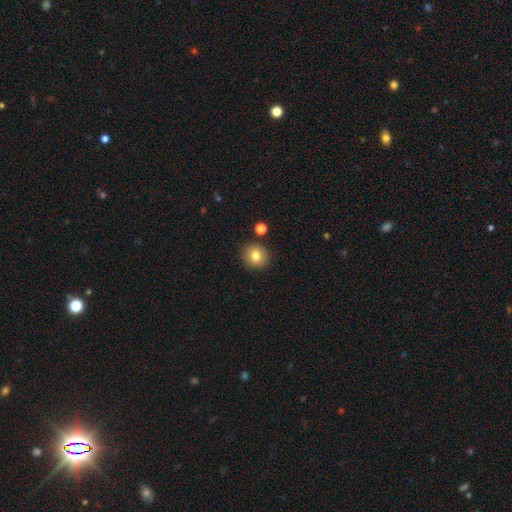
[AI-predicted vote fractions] Q: Smooth or featured?
A: smooth (81%); runner-up: star or artifact (10%)
Q: How rounded?
A: round (90%); runner-up: in between (9%)
Q: Merging?
A: none (87%); runner-up: minor disturbance (7%)